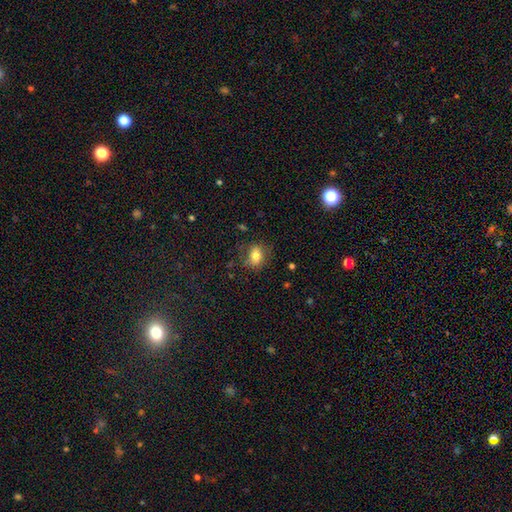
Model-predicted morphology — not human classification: The model was most divided on "how rounded": in between: 62%, round: 36%, cigar-shaped: 2%. More confident: smooth or featured — smooth (74%); merging — none (72%).